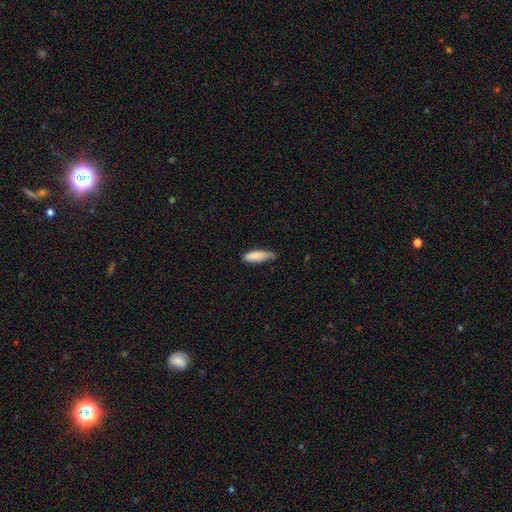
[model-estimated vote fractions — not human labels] Overall: smooth (85%). How rounded: in between (51%; cigar-shaped 48%). Merging: none (49%; minor disturbance 42%).